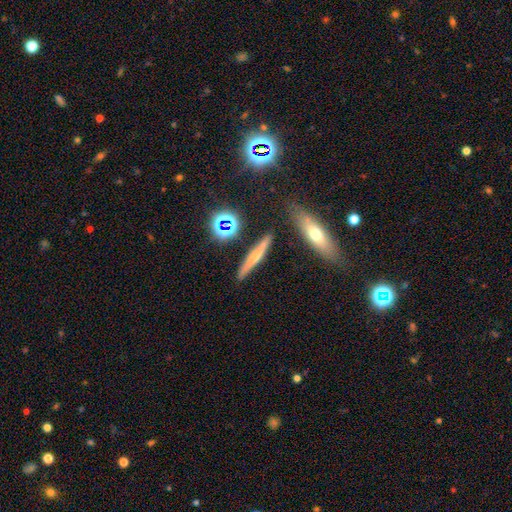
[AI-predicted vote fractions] This appears to be a smooth galaxy with no disk features (45%). Merging: none (85%).